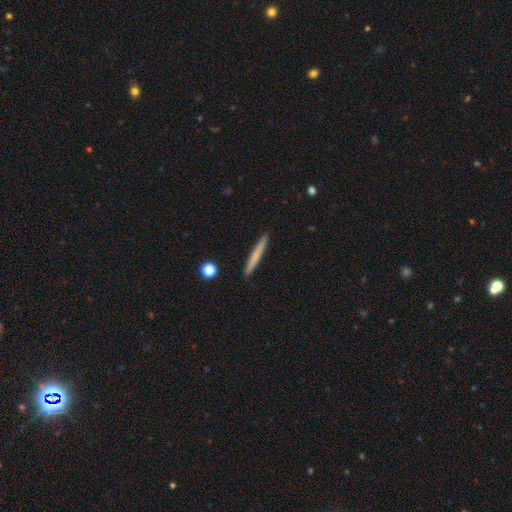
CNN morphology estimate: A smooth galaxy with no disk features (68%) that is cigar-shaped (97%).

Vote fractions:
- Smooth or featured? smooth: 68% / featured or disk: 26% / star or artifact: 6%
- How rounded? cigar-shaped: 97% / in between: 2% / round: 1%
- Merging? none: 92% / minor disturbance: 5% / merger: 1% / major disturbance: 1%